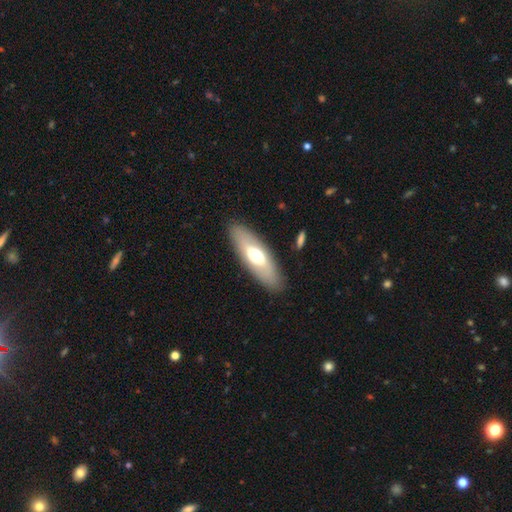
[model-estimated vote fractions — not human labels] This appears to be a smooth galaxy with no disk features (55%) that is in between round and cigar-shaped (66%). Merging: none (87%).